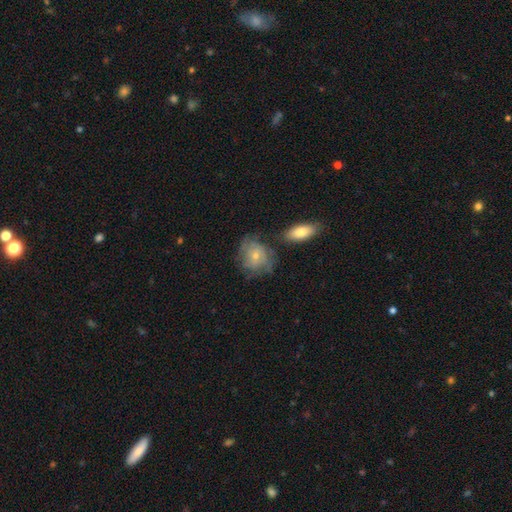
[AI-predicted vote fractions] smooth_or_featured: smooth (p=0.60) [alt: featured or disk p=0.33]
how_rounded: round (p=0.58) [alt: in between p=0.41]
merging: none (p=0.53) [alt: minor disturbance p=0.27]